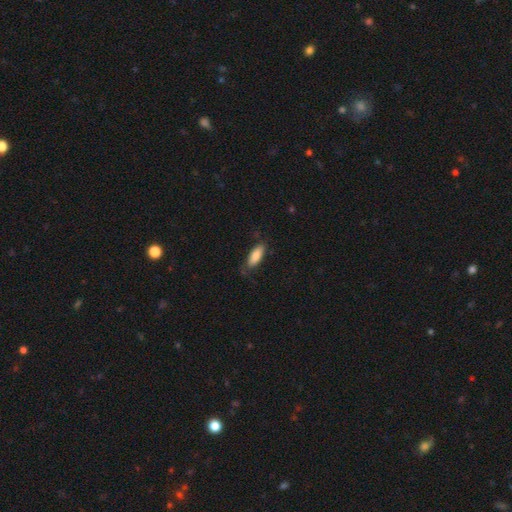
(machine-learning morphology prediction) A smooth galaxy with no disk features (83%) that is in between round and cigar-shaped (70%).

Vote fractions:
- Smooth or featured? smooth: 83% / featured or disk: 11% / star or artifact: 6%
- How rounded? in between: 70% / cigar-shaped: 28% / round: 2%
- Merging? none: 71% / minor disturbance: 22% / major disturbance: 6% / merger: 1%